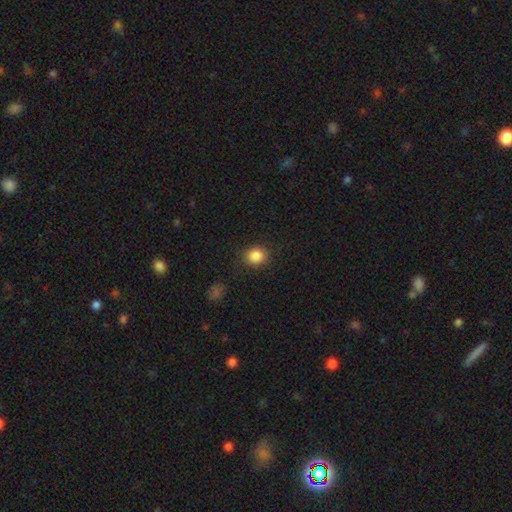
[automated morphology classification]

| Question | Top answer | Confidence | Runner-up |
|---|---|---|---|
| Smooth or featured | smooth | 86% | star or artifact (10%) |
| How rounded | round | 72% | in between (27%) |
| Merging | none | 86% | minor disturbance (9%) |